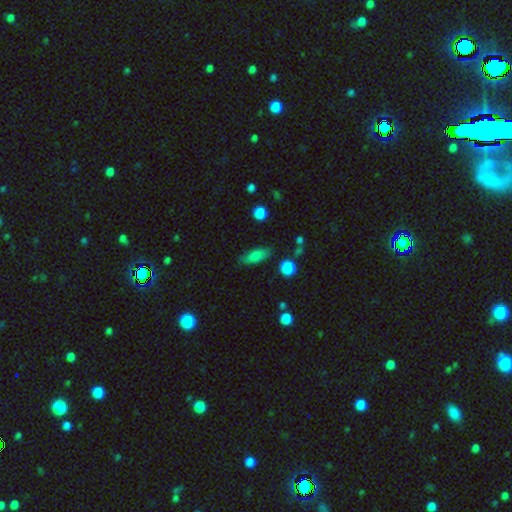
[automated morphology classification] smooth_or_featured: smooth (p=0.77) [alt: featured or disk p=0.15]
how_rounded: in between (p=0.66) [alt: cigar-shaped p=0.30]
merging: none (p=0.79) [alt: minor disturbance p=0.15]